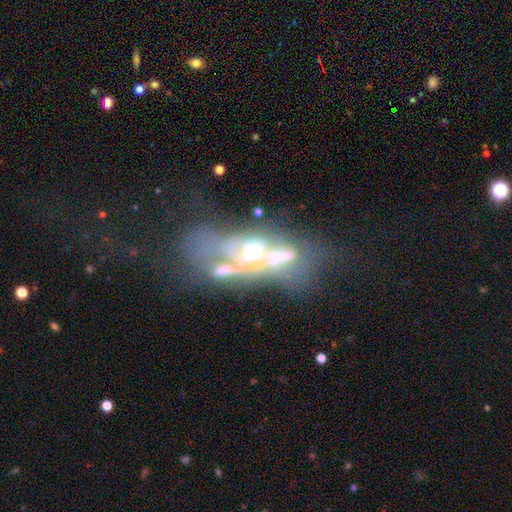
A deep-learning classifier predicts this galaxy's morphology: Smooth or featured: featured or disk — 66% (star or artifact — 18%)
Edge-on disk: no — 74% (yes — 26%)
Merging: merger — 37% (major disturbance — 30%)